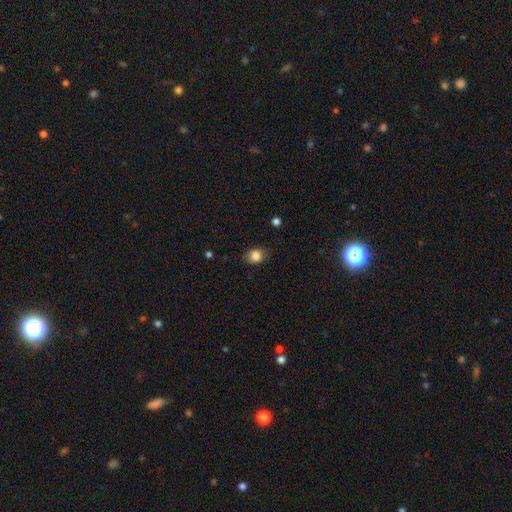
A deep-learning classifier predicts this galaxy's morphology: smooth 84%, star or artifact 9%, featured or disk 6%. Down the decision tree: how rounded — round (52%); merging — none (77%).